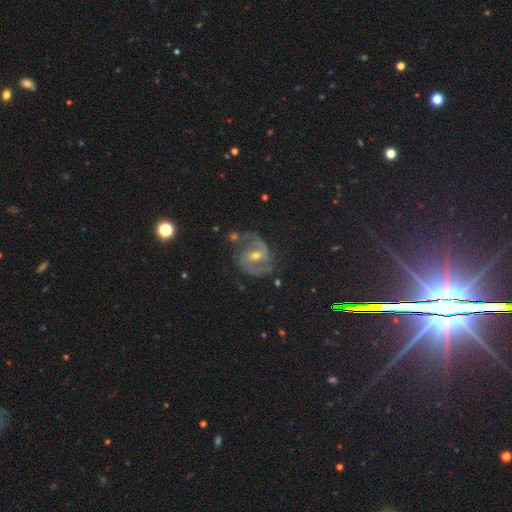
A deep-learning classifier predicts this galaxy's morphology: smooth-or-featured: featured or disk: 83% | star or artifact: 10% | smooth: 6%
  disk-edge-on: no: 98% | yes: 2%
    bar: weak: 49% | no: 26% | strong: 25%
    has-spiral-arms: yes: 96% | no: 4%
      spiral-winding: medium: 56% | tight: 28% | loose: 16%
      spiral-arm-count: 2: 88% | can't tell: 4% | 3: 3% | 1: 2% | 4: 1% | more than 4: 1%
    bulge-size: moderate: 51% | small: 46% | large: 2% | none: 1% | dominant: 1%
  merging: none: 71% | minor disturbance: 18% | major disturbance: 8% | merger: 3%